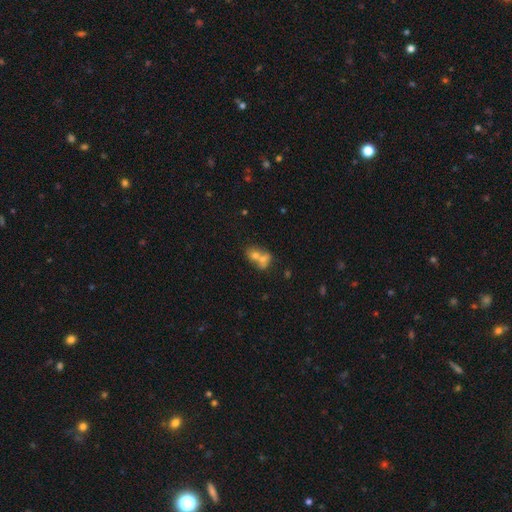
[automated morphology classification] Smooth or featured? Predicted: smooth (p=0.61). How rounded? Predicted: round (p=0.53). Merging? Predicted: merger (p=0.65).